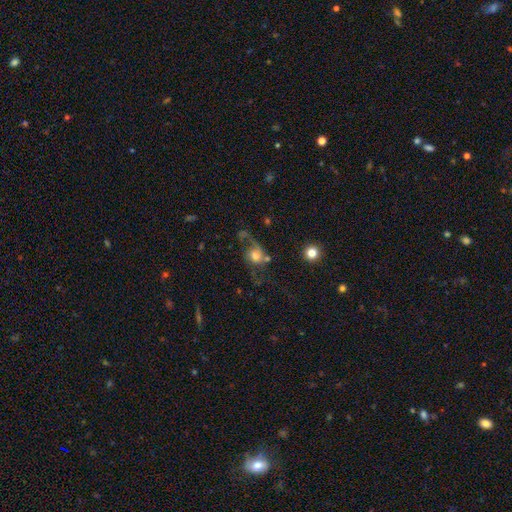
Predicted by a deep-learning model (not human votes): A smooth galaxy with no disk features (47%). Merging: major disturbance (39%).